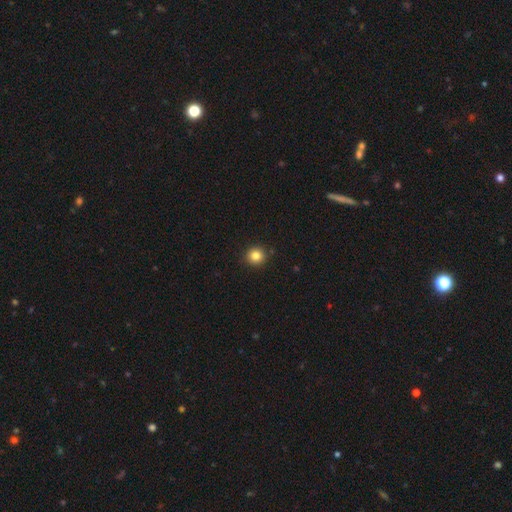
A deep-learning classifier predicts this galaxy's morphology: The model was most divided on "smooth or featured": smooth: 84%, star or artifact: 11%, featured or disk: 5%. More confident: how rounded — round (92%); merging — none (92%).